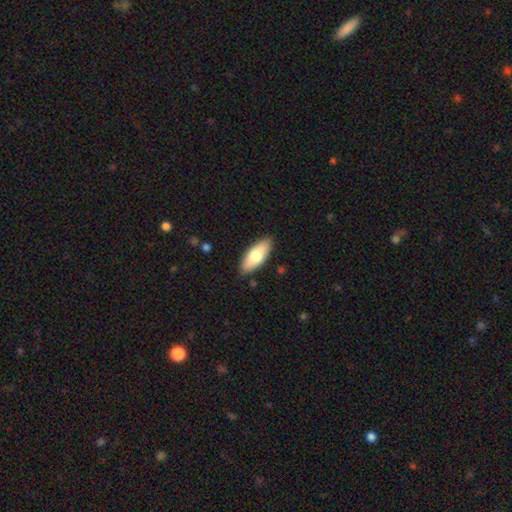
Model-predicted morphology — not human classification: smooth-or-featured: smooth: 75% | featured or disk: 20% | star or artifact: 5%
  how-rounded: in between: 81% | cigar-shaped: 17% | round: 2%
  merging: none: 87% | minor disturbance: 10% | major disturbance: 2% | merger: 1%